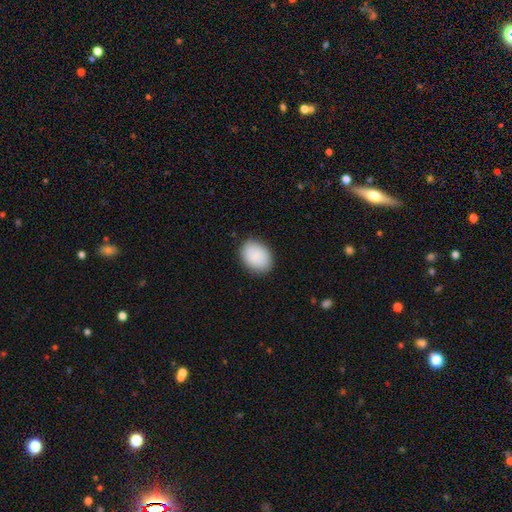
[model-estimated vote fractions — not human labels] Smooth or featured: smooth — 86% (featured or disk — 8%)
How rounded: in between — 68% (round — 31%)
Merging: none — 85% (minor disturbance — 11%)